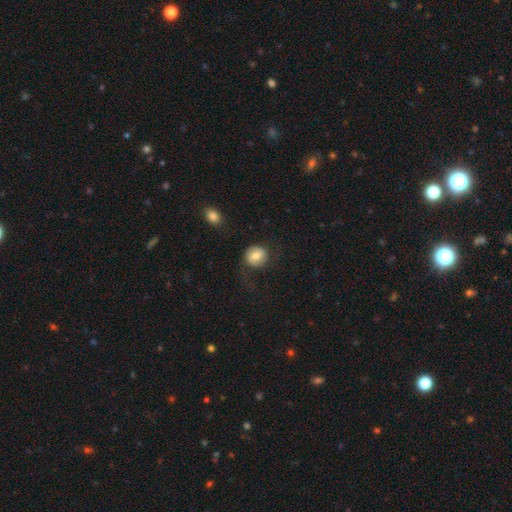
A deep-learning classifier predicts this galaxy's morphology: This appears to be a smooth galaxy with no disk features (60%) that is round (78%). Merging: none (63%).